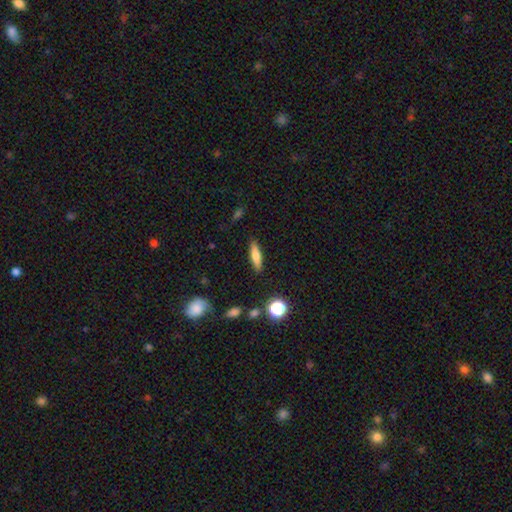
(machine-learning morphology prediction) Q: Smooth or featured?
A: smooth (70%); runner-up: featured or disk (21%)
Q: How rounded?
A: cigar-shaped (69%); runner-up: in between (28%)
Q: Merging?
A: none (87%); runner-up: minor disturbance (9%)